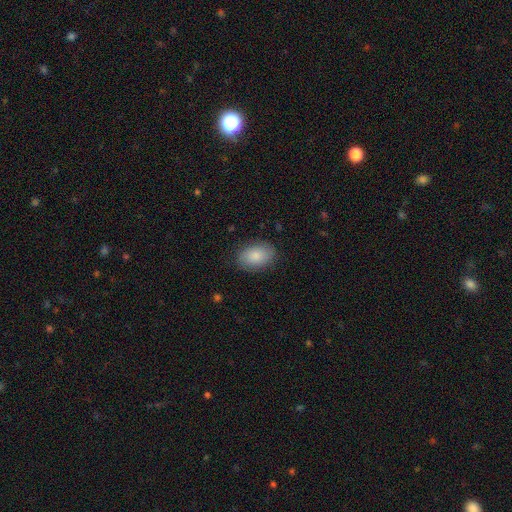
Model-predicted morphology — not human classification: The model was most divided on "merging": none: 84%, minor disturbance: 12%, major disturbance: 3%, merger: 1%. More confident: how rounded — in between (87%); smooth or featured — smooth (85%).